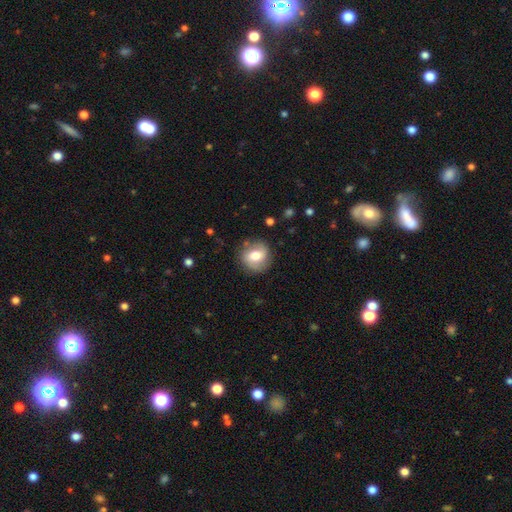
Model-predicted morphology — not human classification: This is likely a smooth galaxy (65%). How rounded: clearly round (81%). Merging: clearly none (81%).